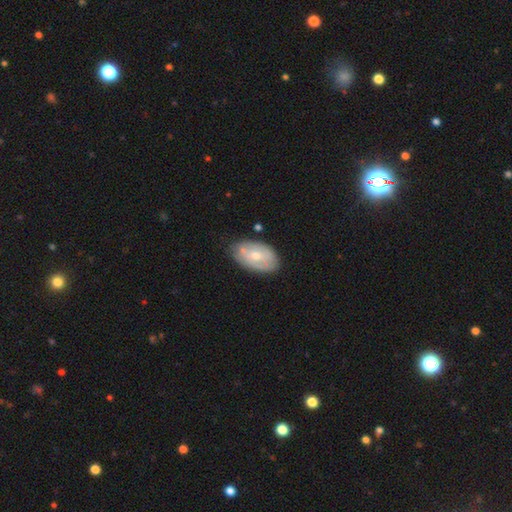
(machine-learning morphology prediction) Smooth or featured?
  - featured or disk: 47% * (tied)
  - smooth: 47% * (tied)
  - star or artifact: 6%
Merging?
  - none: 71% *
  - minor disturbance: 21%
  - major disturbance: 4%
  - merger: 4%